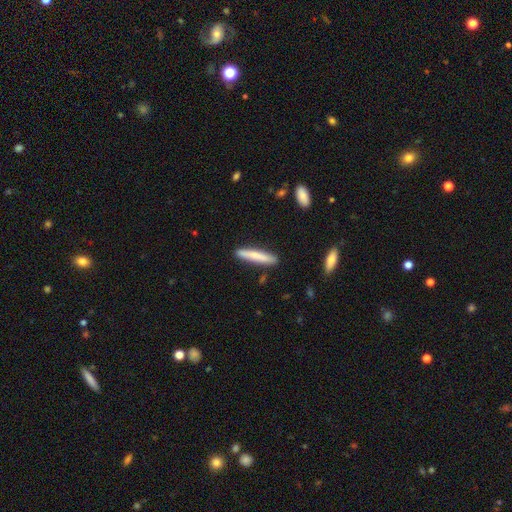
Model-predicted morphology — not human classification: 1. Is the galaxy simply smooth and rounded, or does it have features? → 73% smooth, 21% featured or disk, 5% star or artifact.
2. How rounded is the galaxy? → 93% cigar-shaped, 6% in between, 1% round.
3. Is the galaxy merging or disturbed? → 87% none, 9% minor disturbance, 2% merger, 2% major disturbance.